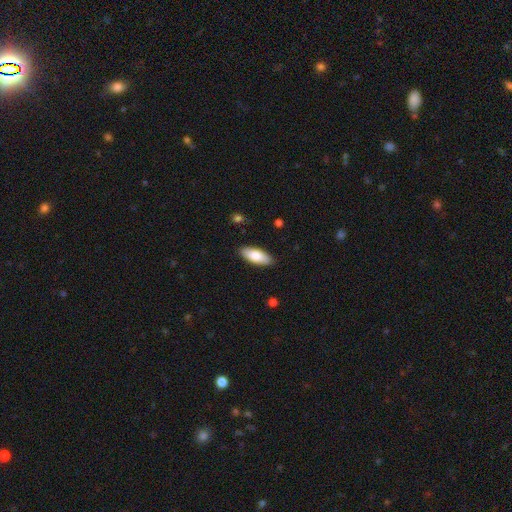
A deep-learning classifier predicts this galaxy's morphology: Smooth or featured?
  - smooth: 82% *
  - featured or disk: 13%
  - star or artifact: 6%
How rounded?
  - in between: 82% *
  - cigar-shaped: 16%
  - round: 2%
Merging?
  - none: 88% *
  - minor disturbance: 9%
  - major disturbance: 2%
  - merger: 1%